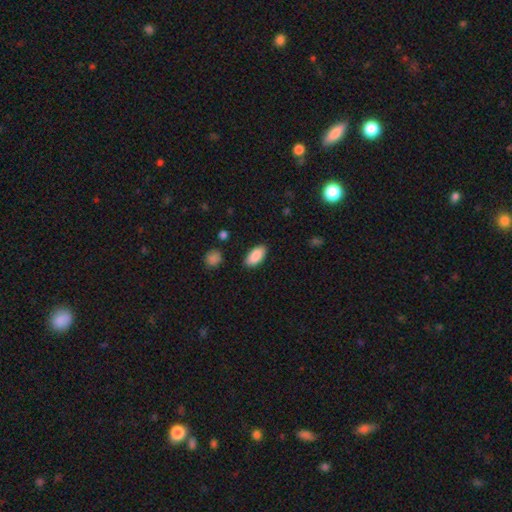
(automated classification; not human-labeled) Q: Smooth or featured?
A: smooth (88%); runner-up: star or artifact (6%)
Q: How rounded?
A: in between (92%); runner-up: cigar-shaped (6%)
Q: Merging?
A: none (85%); runner-up: minor disturbance (11%)